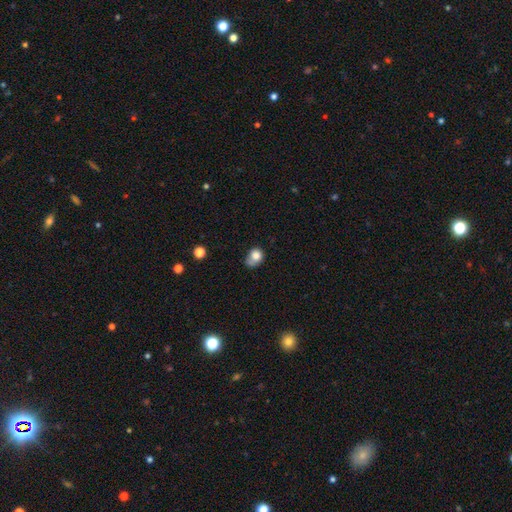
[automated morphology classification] Smooth or featured: smooth — 79% (featured or disk — 11%)
How rounded: round — 55% (in between — 44%)
Merging: none — 34% (minor disturbance — 33%)